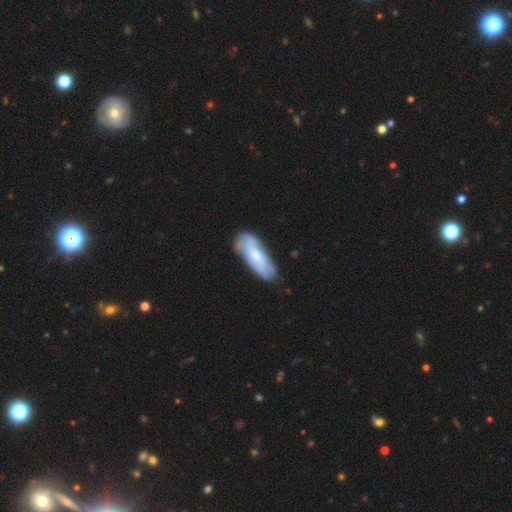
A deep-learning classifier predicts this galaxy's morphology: smooth-or-featured: smooth: 56% | featured or disk: 38% | star or artifact: 6%
  how-rounded: in between: 67% | cigar-shaped: 31% | round: 2%
  merging: none: 68% | minor disturbance: 23% | major disturbance: 6% | merger: 2%